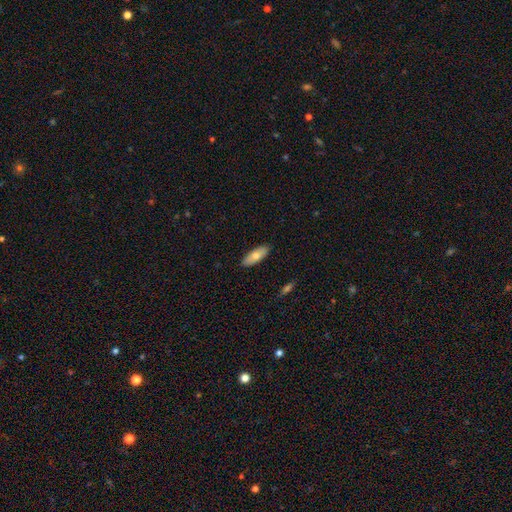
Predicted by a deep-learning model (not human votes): Overall: smooth (71%). How rounded: in between (73%). Merging: none (89%).